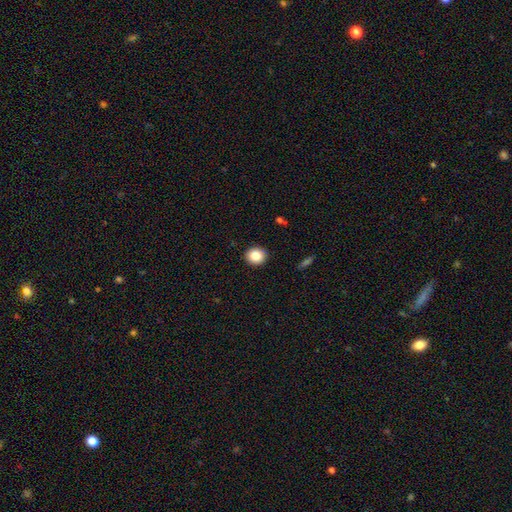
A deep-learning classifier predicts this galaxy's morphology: smooth_or_featured: smooth (p=0.85) [alt: star or artifact p=0.09]
how_rounded: round (p=0.76) [alt: in between p=0.23]
merging: none (p=0.92) [alt: minor disturbance p=0.06]